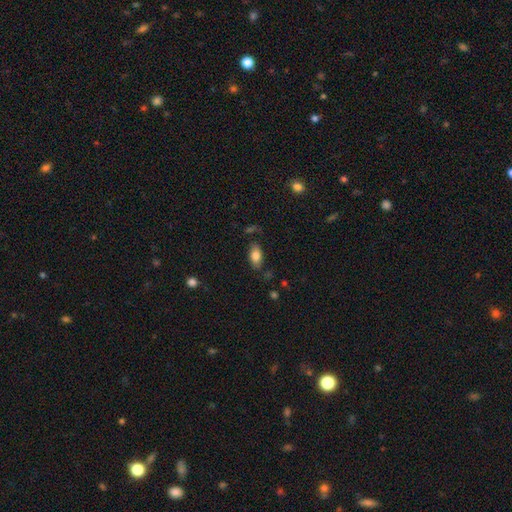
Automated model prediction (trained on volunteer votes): Smooth or featured: smooth — 81% (featured or disk — 12%)
How rounded: in between — 91% (round — 5%)
Merging: none — 77% (minor disturbance — 15%)